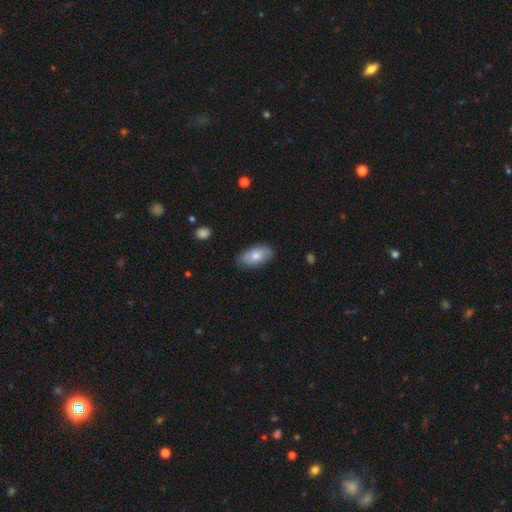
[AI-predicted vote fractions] Smooth or featured? smooth (77%)
How rounded? in between (94%)
Merging? none (84%)